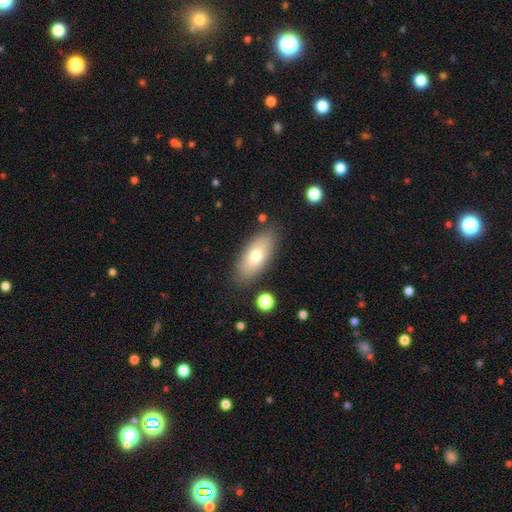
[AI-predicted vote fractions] Overall: smooth (71%). How rounded: in between (85%). Merging: none (84%).